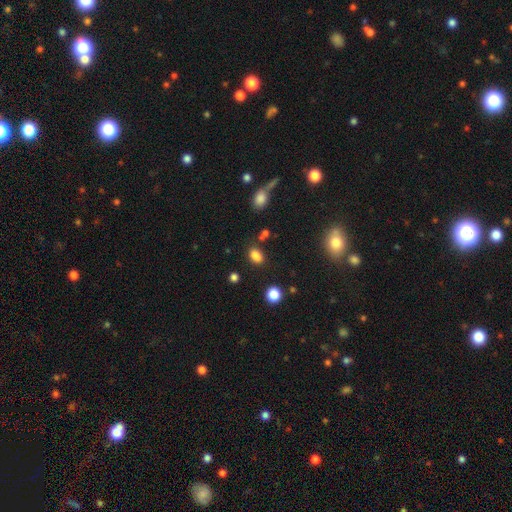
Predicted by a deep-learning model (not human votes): Morphology: type=smooth (82%); roundness=in between (80%); merging=none (77%).